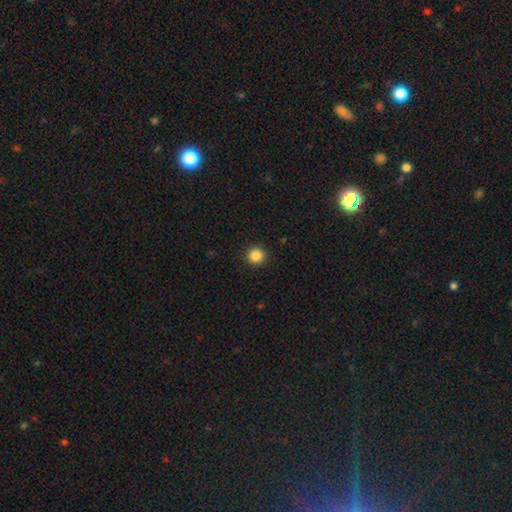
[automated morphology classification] A smooth galaxy with no disk features (86%) that is round (95%).

Vote fractions:
- Smooth or featured? smooth: 86% / star or artifact: 11% / featured or disk: 3%
- How rounded? round: 95% / in between: 5% / cigar-shaped: 1%
- Merging? none: 92% / minor disturbance: 5% / major disturbance: 2% / merger: 1%